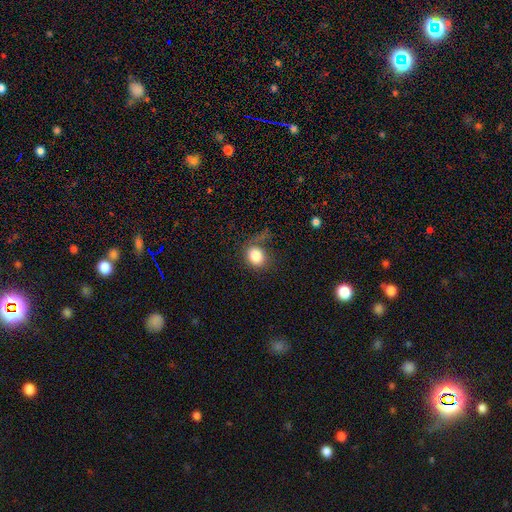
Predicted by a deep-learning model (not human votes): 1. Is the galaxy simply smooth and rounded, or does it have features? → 83% smooth, 10% star or artifact, 7% featured or disk.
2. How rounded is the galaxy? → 65% round, 34% in between, 1% cigar-shaped.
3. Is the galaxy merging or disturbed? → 56% none, 23% minor disturbance, 17% major disturbance, 4% merger.